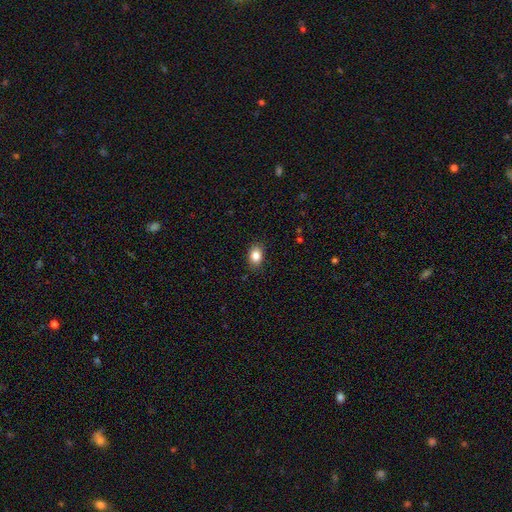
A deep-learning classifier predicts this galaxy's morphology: Smooth or featured?
  - smooth: 85% *
  - star or artifact: 9%
  - featured or disk: 6%
How rounded?
  - in between: 72% *
  - round: 27%
  - cigar-shaped: 1%
Merging?
  - none: 87% *
  - minor disturbance: 10%
  - major disturbance: 2%
  - merger: 1%